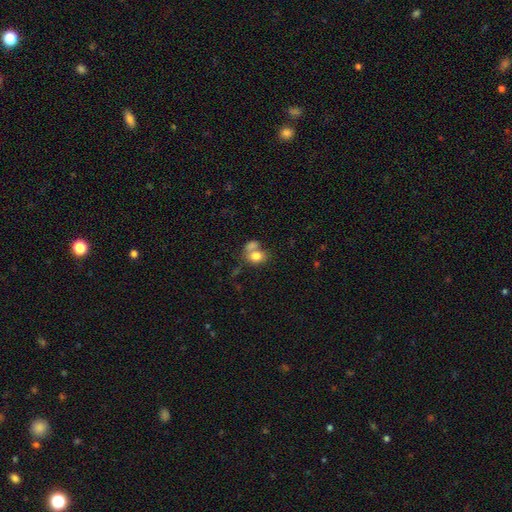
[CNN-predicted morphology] Smooth or featured: smooth — 78% (featured or disk — 13%)
How rounded: in between — 60% (round — 39%)
Merging: merger — 48% (none — 34%)